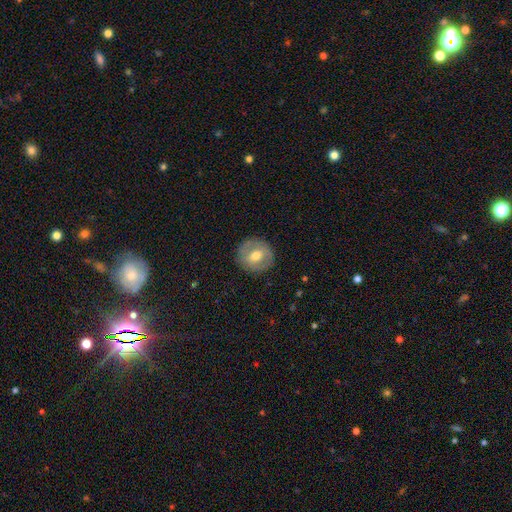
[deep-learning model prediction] A smooth galaxy with no disk features (55%) that is round (89%).

Vote fractions:
- Smooth or featured? smooth: 55% / featured or disk: 38% / star or artifact: 7%
- How rounded? round: 89% / in between: 10% / cigar-shaped: 1%
- Merging? none: 87% / minor disturbance: 9% / major disturbance: 3% / merger: 1%